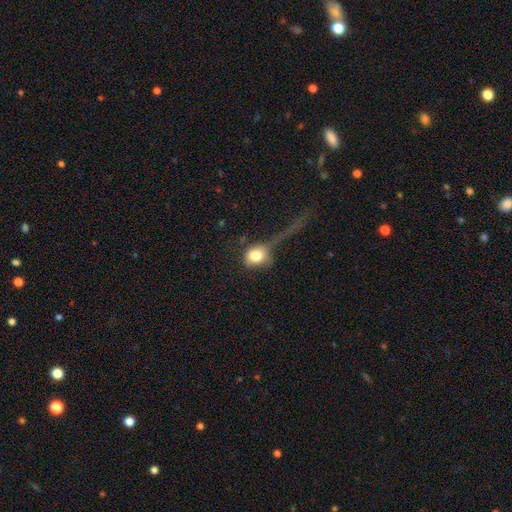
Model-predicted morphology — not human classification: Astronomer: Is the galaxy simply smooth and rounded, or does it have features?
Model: smooth — 74%.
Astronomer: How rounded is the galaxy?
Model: round — 64%.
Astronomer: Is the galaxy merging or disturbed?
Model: major disturbance — 40% (runner-up: none, 32%).